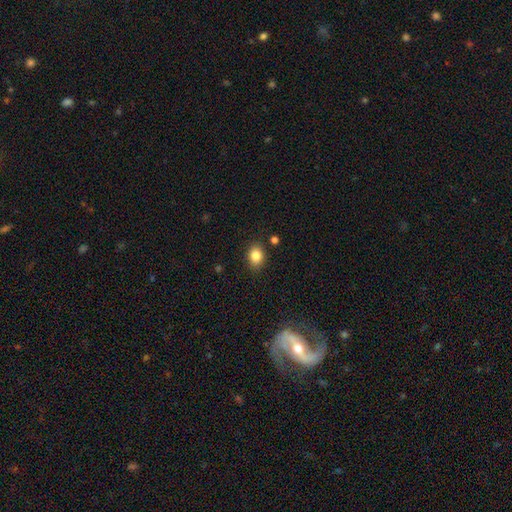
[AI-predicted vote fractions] smooth-or-featured: smooth: 84% | star or artifact: 10% | featured or disk: 6%
  how-rounded: in between: 59% | round: 40% | cigar-shaped: 1%
  merging: none: 86% | minor disturbance: 9% | major disturbance: 2% | merger: 2%